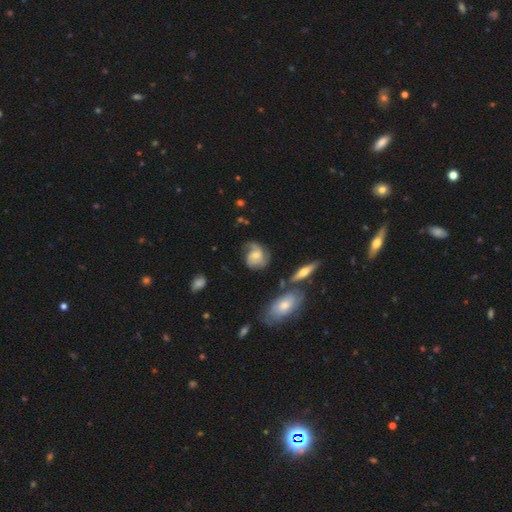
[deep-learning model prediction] A featured or disk galaxy (72%) with no bar (68%), 2 (45%) medium (40%) spiral arms (92%) and a moderate central bulge (50%). Merging: none (54%).